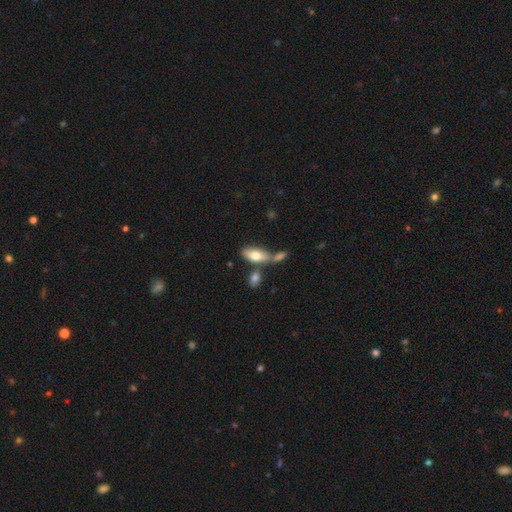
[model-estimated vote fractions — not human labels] Q: Smooth or featured?
A: smooth (72%); runner-up: featured or disk (22%)
Q: How rounded?
A: in between (83%); runner-up: cigar-shaped (15%)
Q: Merging?
A: none (50%); runner-up: merger (31%)